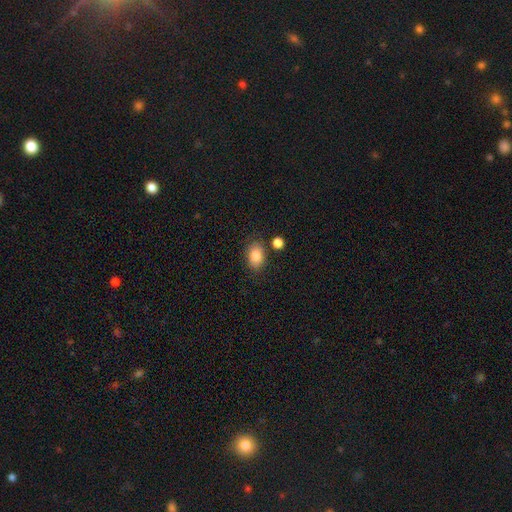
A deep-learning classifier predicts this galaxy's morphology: type=smooth (84%); roundness=in between (82%); merging=none (79%).